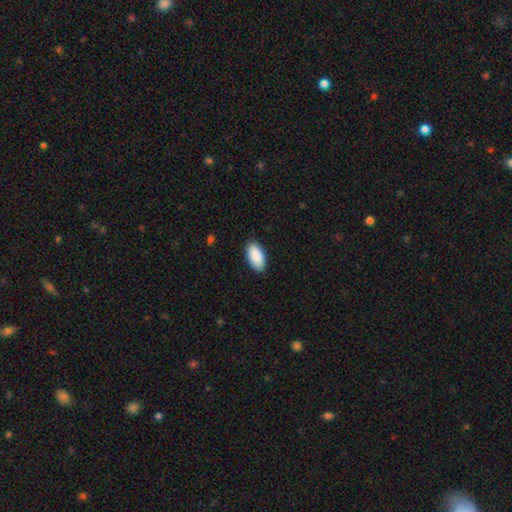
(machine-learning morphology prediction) Smooth or featured?
  - smooth: 91% *
  - star or artifact: 6%
  - featured or disk: 3%
How rounded?
  - in between: 95% *
  - cigar-shaped: 3%
  - round: 2%
Merging?
  - none: 88% *
  - minor disturbance: 9%
  - major disturbance: 2%
  - merger: 1%